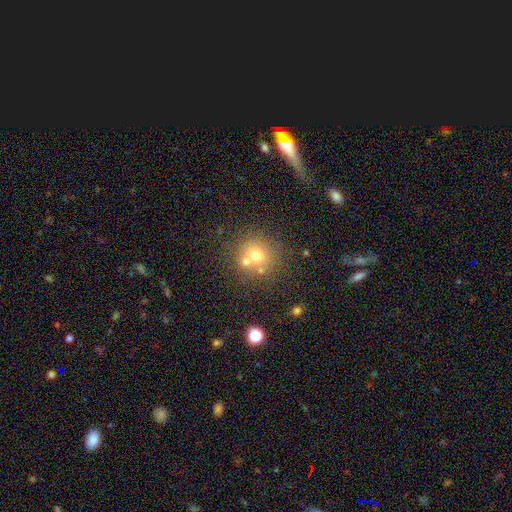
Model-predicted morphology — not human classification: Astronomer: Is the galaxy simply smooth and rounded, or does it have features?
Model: smooth — 66%.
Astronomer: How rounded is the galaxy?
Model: round — 89%.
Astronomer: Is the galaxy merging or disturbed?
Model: none — 60%.